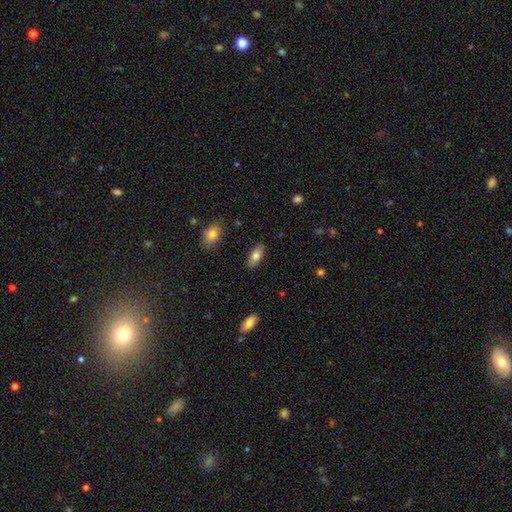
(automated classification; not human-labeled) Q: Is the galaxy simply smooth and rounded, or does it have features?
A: smooth — 78%.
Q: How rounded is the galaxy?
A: in between — 83%.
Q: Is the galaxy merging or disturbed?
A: none — 87%.